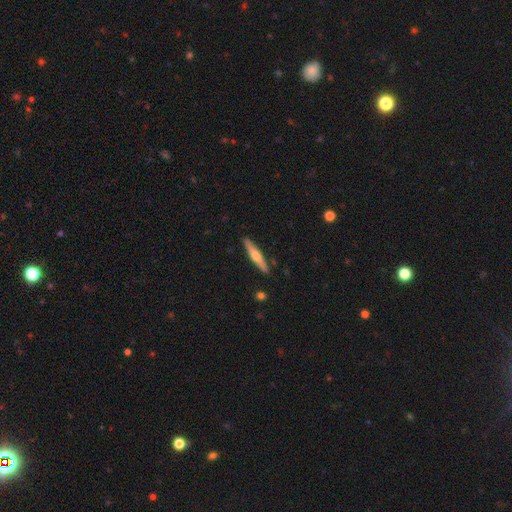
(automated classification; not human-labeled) featured or disk 55%, smooth 40%, star or artifact 5%. Down the decision tree: edge-on disk — yes (96%); edge-on bulge — rounded (88%); merging — none (90%).